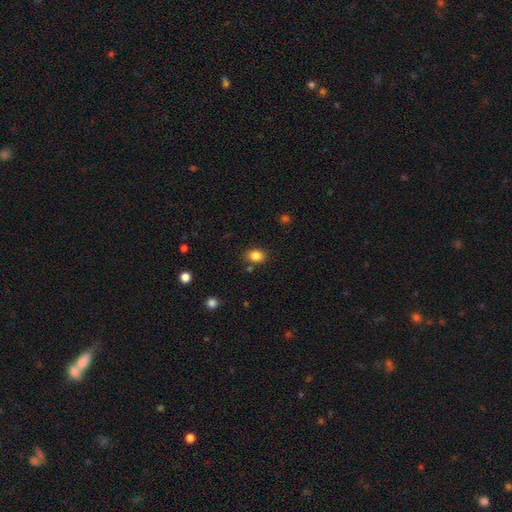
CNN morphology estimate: Smooth or featured?
  - smooth: 85% *
  - star or artifact: 10%
  - featured or disk: 5%
How rounded?
  - in between: 70% *
  - round: 29%
  - cigar-shaped: 1%
Merging?
  - none: 82% *
  - minor disturbance: 11%
  - merger: 4%
  - major disturbance: 3%